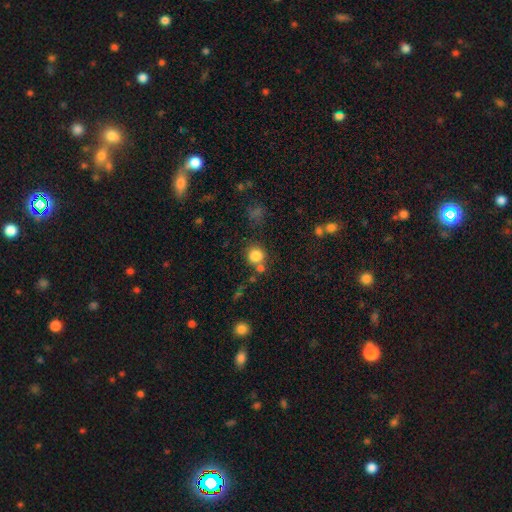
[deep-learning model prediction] A smooth galaxy with no disk features (83%) that is round (91%).

Vote fractions:
- Smooth or featured? smooth: 83% / star or artifact: 11% / featured or disk: 6%
- How rounded? round: 91% / in between: 9% / cigar-shaped: 1%
- Merging? none: 69% / merger: 17% / minor disturbance: 10% / major disturbance: 4%